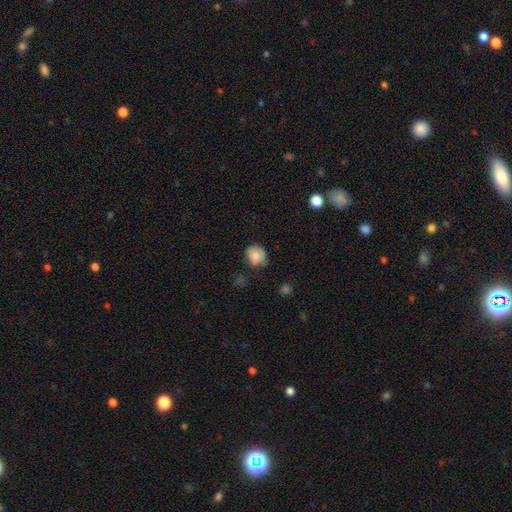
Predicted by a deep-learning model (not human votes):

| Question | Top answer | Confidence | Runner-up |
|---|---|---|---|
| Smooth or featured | smooth | 79% | featured or disk (12%) |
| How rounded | round | 73% | in between (27%) |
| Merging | none | 59% | minor disturbance (30%) |